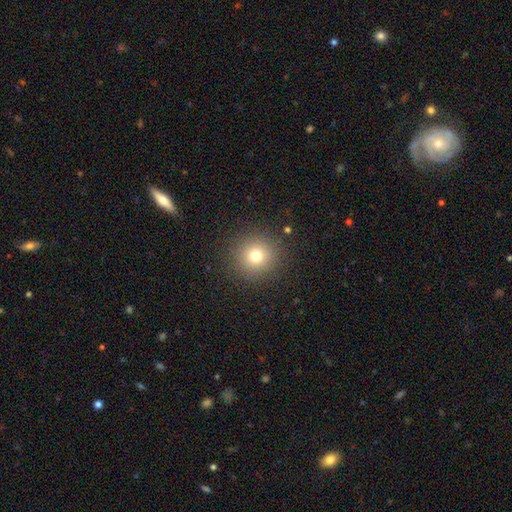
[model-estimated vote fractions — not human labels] This appears to be a smooth galaxy with no disk features (75%) that is round (94%). Merging: none (89%).